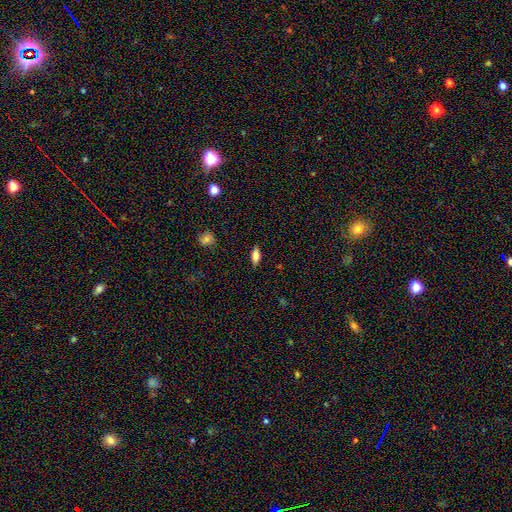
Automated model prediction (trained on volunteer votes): Morphology: type=smooth (71%); roundness=in between (75%); merging=none (87%).